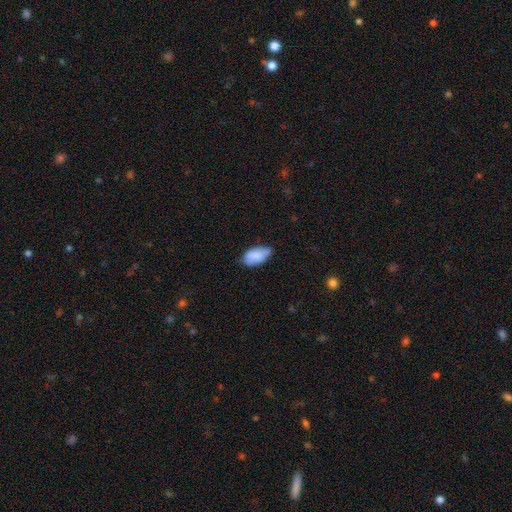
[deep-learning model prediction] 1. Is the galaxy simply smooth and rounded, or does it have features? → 82% smooth, 11% featured or disk, 7% star or artifact.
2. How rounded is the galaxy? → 94% in between, 3% round, 3% cigar-shaped.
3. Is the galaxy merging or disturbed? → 53% none, 38% minor disturbance, 7% major disturbance, 2% merger.